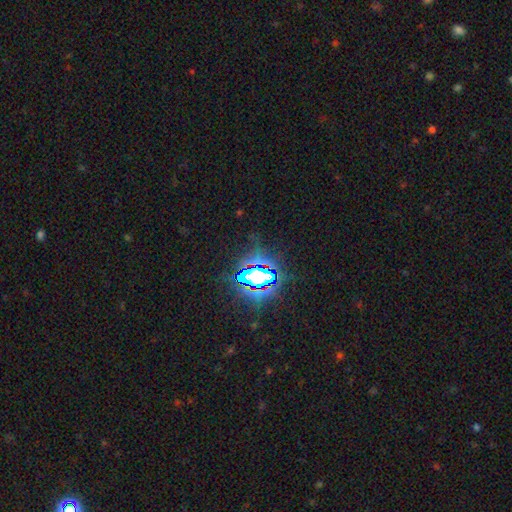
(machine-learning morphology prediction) Smooth or featured?
  - star or artifact: 77% *
  - smooth: 14%
  - featured or disk: 10%